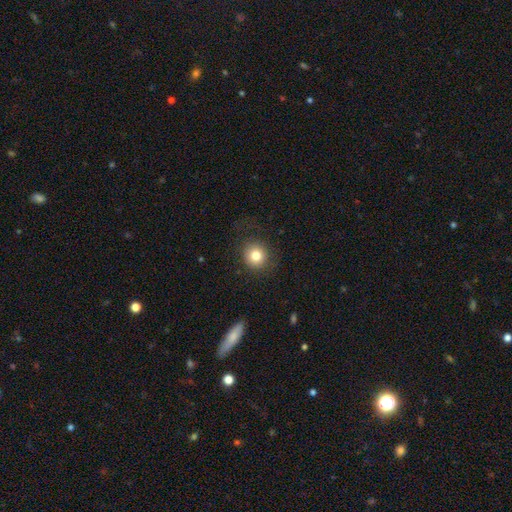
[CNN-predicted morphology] This appears to be a smooth galaxy with no disk features (79%) that is round (90%). Merging: none (82%).